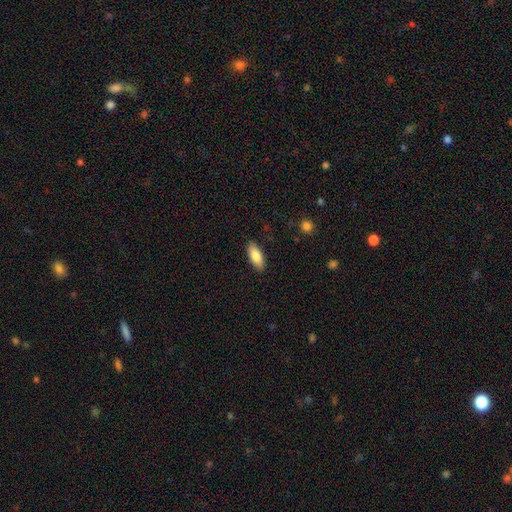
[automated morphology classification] Overall: smooth (84%). How rounded: in between (82%). Merging: none (88%).